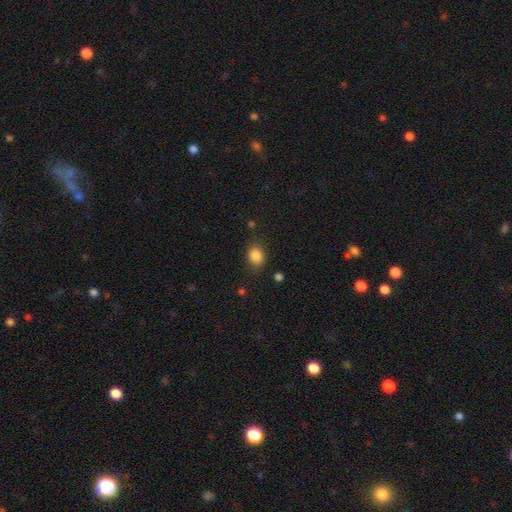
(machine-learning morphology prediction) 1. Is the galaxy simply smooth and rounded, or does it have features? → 85% smooth, 10% star or artifact, 5% featured or disk.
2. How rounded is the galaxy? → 52% round, 47% in between, 1% cigar-shaped.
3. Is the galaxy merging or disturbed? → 78% none, 15% minor disturbance, 5% major disturbance, 2% merger.